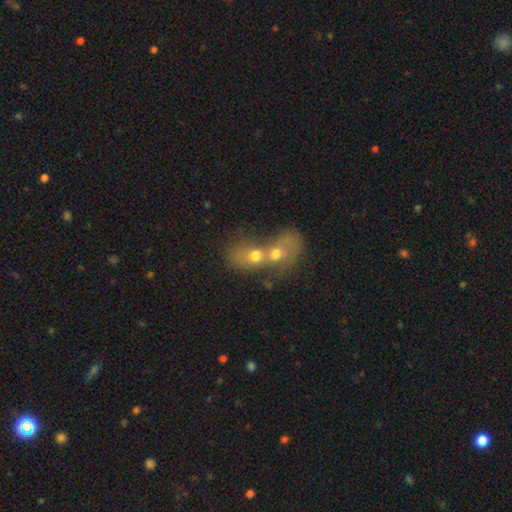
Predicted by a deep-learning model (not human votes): The model was most divided on "how rounded": round: 49%, in between: 47%, cigar-shaped: 3%. More confident: merging — merger (85%); smooth or featured — smooth (54%).